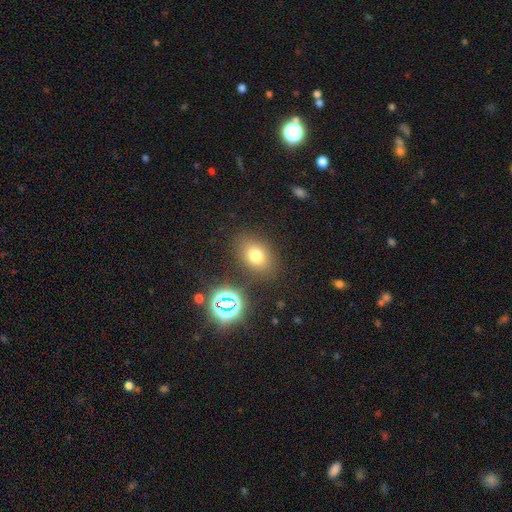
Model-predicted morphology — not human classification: A smooth galaxy with no disk features (71%) that is in between round and cigar-shaped (66%). Merging: none (80%).